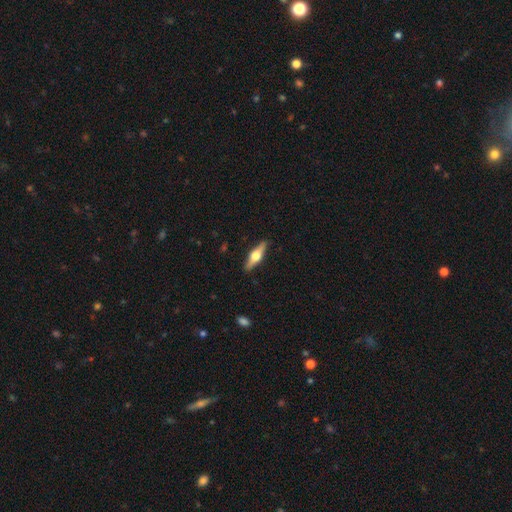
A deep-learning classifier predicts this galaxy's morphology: smooth-or-featured: featured or disk: 66% | smooth: 28% | star or artifact: 5%
  disk-edge-on: yes: 96% | no: 4%
    edge-on-bulge: rounded: 95% | boxy: 4% | none: 1%
  merging: none: 90% | minor disturbance: 8% | major disturbance: 2% | merger: 1%